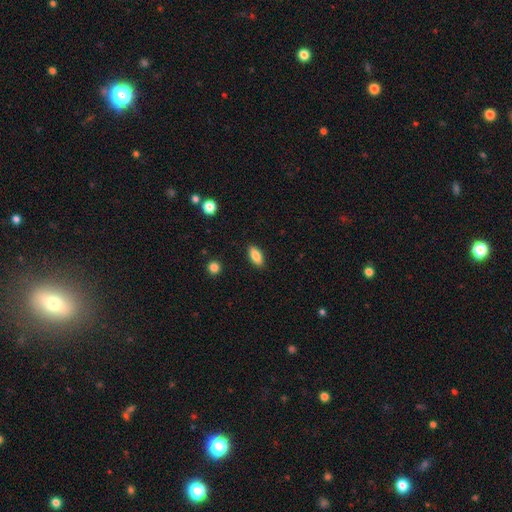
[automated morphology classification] A smooth galaxy with no disk features (84%) that is in between round and cigar-shaped (80%). Merging: none (88%).